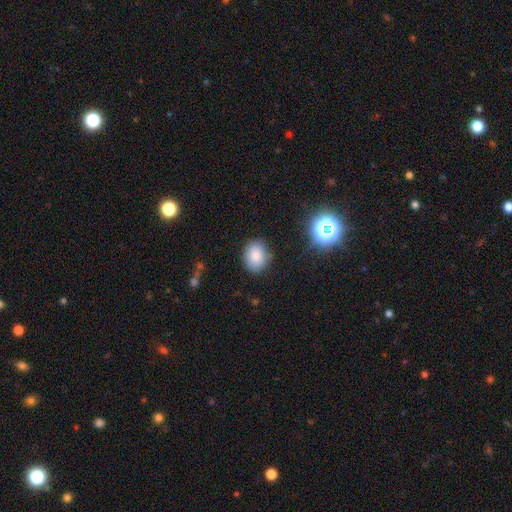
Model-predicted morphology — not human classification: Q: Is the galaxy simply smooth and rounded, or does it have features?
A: smooth — 83%.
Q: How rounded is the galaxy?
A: in between — 56%.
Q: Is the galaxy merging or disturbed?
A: none — 82%.